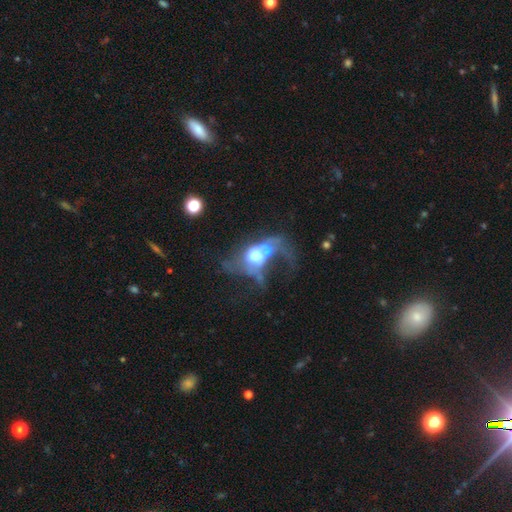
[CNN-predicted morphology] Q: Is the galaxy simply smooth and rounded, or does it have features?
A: featured or disk — 53%.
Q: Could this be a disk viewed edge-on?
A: no — 95%.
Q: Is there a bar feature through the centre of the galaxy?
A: no — 80%.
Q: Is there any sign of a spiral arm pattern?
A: no — 68%.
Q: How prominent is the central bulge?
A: large — 43%.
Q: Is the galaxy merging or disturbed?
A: merger — 44%.